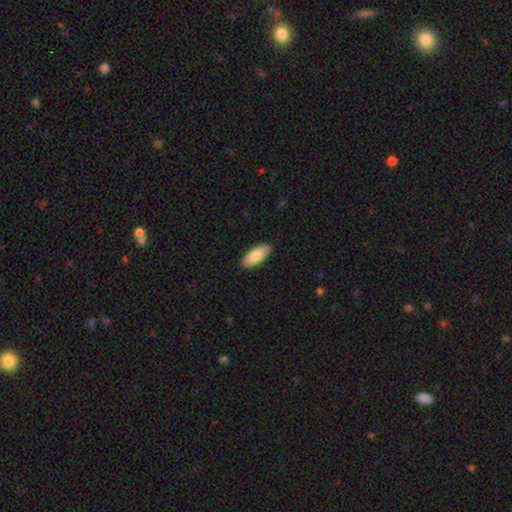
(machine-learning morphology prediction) smooth_or_featured: smooth (p=0.84) [alt: featured or disk p=0.10]
how_rounded: in between (p=0.87) [alt: cigar-shaped p=0.12]
merging: none (p=0.89) [alt: minor disturbance p=0.08]